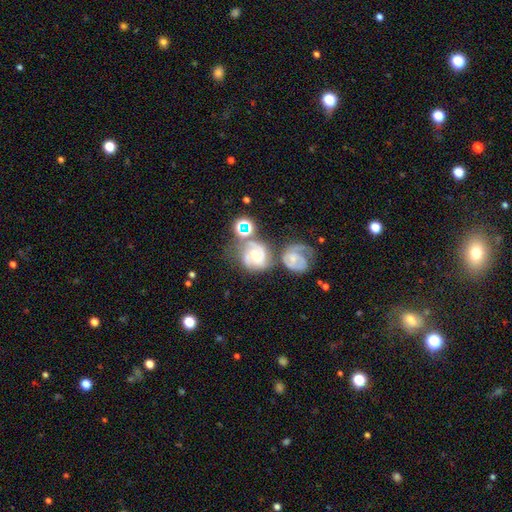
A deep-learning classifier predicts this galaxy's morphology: type=featured or disk (77%); edge-on=no (98%); bar=no (49%); spiral arms=yes (95%); winding=tight (51%); arm count=2 (59%); bulge=moderate (57%); merging=merger (36%).